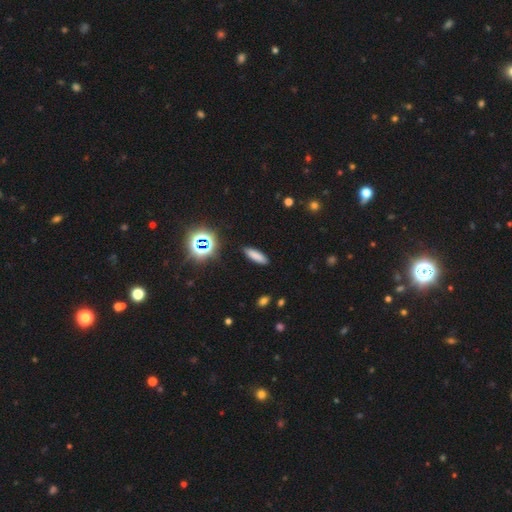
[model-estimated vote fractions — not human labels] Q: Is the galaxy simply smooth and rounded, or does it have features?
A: smooth — 77%.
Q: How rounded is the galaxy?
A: cigar-shaped — 58%.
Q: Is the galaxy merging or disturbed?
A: none — 89%.